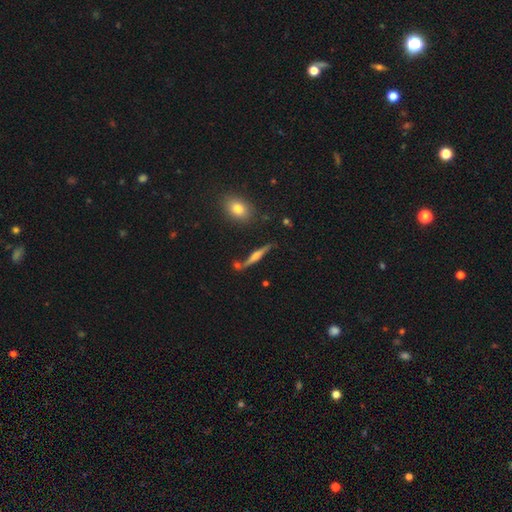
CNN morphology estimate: Q: Smooth or featured?
A: featured or disk (63%); runner-up: smooth (28%)
Q: Edge-on disk?
A: yes (92%); runner-up: no (8%)
Q: Edge-on bulge?
A: rounded (68%); runner-up: boxy (18%)
Q: Merging?
A: none (75%); runner-up: minor disturbance (14%)